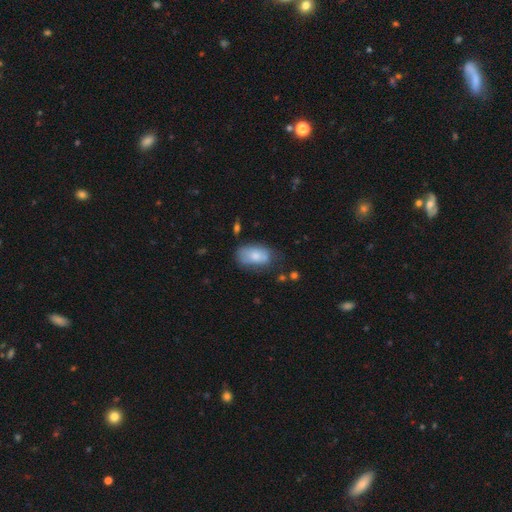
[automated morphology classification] This is likely a smooth galaxy (77%). How rounded: clearly in between (91%). Merging: possibly none (52%).